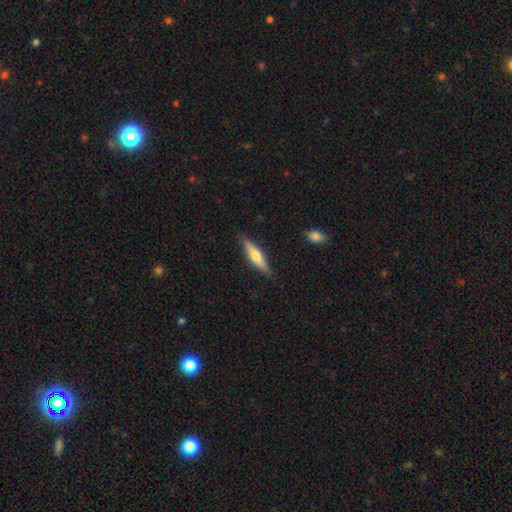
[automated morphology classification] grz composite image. It shows a smooth galaxy with no disk features (54%) that is cigar-shaped (76%). Merging: none (84%).